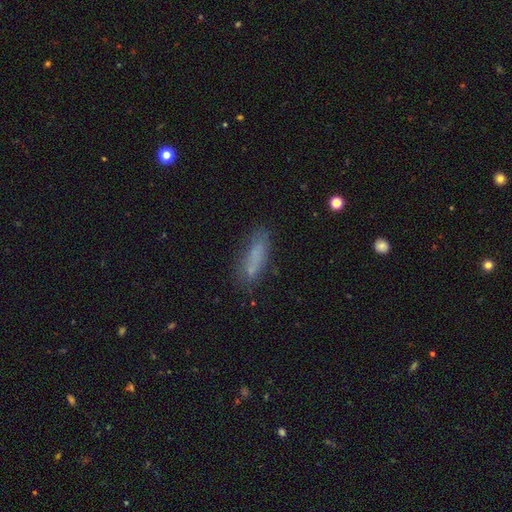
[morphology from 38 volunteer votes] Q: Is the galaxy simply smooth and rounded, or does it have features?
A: smooth — 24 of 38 (63%).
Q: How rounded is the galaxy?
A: cigar-shaped — 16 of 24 (67%).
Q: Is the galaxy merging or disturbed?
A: none — 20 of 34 (59%).